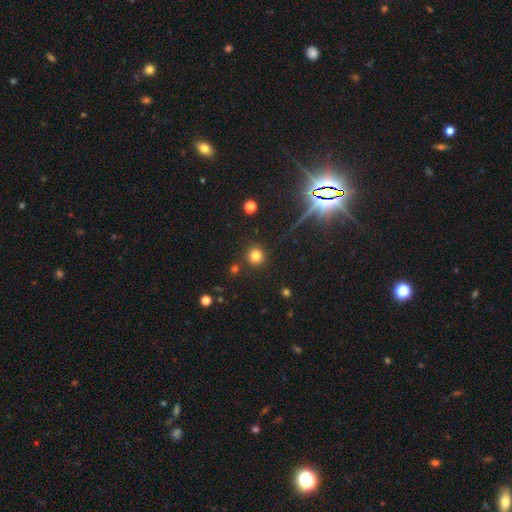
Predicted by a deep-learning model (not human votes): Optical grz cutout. It shows a smooth galaxy with no disk features (78%) that is round (93%). Merging: none (88%).